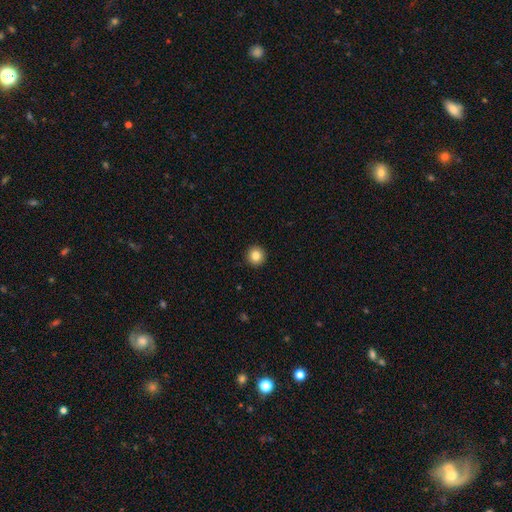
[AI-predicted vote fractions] smooth_or_featured: smooth (p=0.85) [alt: star or artifact p=0.10]
how_rounded: round (p=0.95) [alt: in between p=0.04]
merging: none (p=0.93) [alt: minor disturbance p=0.04]